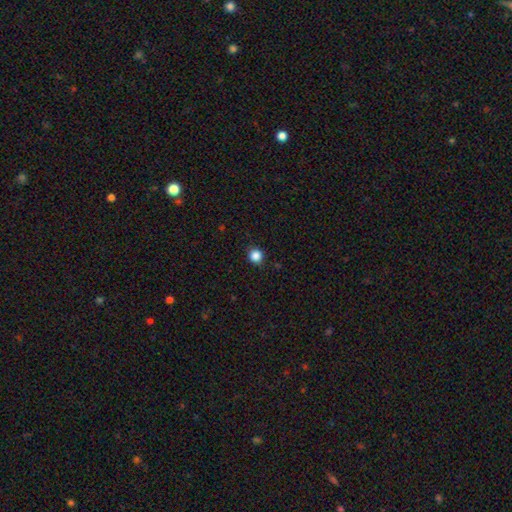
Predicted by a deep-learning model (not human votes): Smooth or featured? smooth (86%)
How rounded? round (91%)
Merging? none (91%)